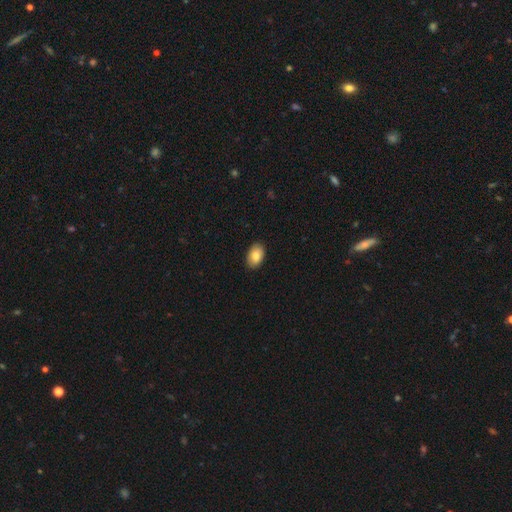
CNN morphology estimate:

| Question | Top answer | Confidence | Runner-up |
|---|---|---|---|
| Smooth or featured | smooth | 83% | featured or disk (10%) |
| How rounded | in between | 89% | round (10%) |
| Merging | none | 89% | minor disturbance (8%) |